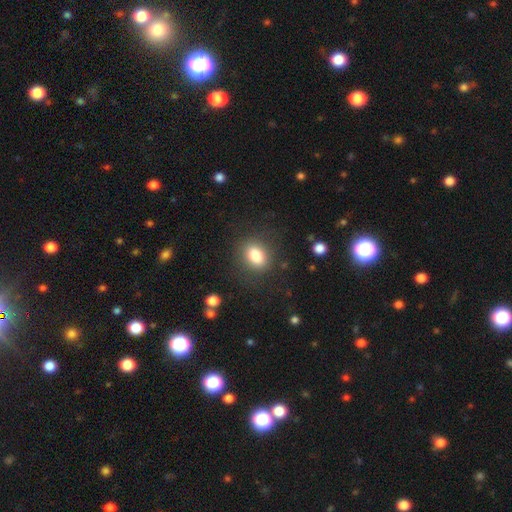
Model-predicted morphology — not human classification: type=smooth (81%); roundness=in between (61%); merging=none (82%).